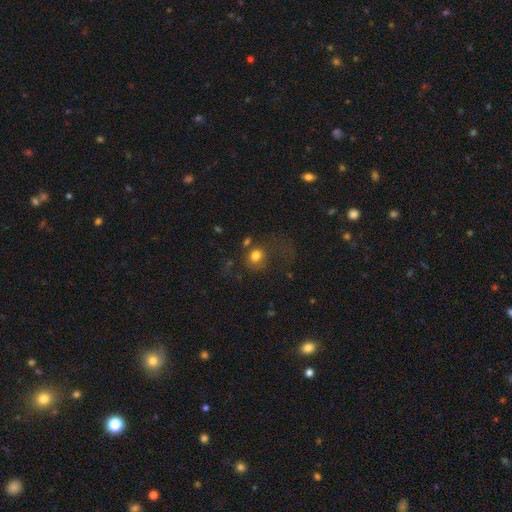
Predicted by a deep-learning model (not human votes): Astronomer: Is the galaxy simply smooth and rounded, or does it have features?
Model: smooth — 76%.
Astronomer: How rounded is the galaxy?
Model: round — 76%.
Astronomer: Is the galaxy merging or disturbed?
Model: none — 53%.